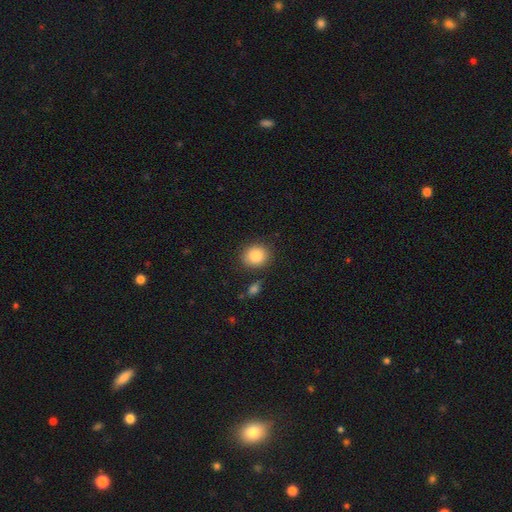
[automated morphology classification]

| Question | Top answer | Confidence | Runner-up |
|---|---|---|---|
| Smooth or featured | smooth | 86% | star or artifact (8%) |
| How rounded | round | 74% | in between (25%) |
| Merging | none | 83% | minor disturbance (10%) |